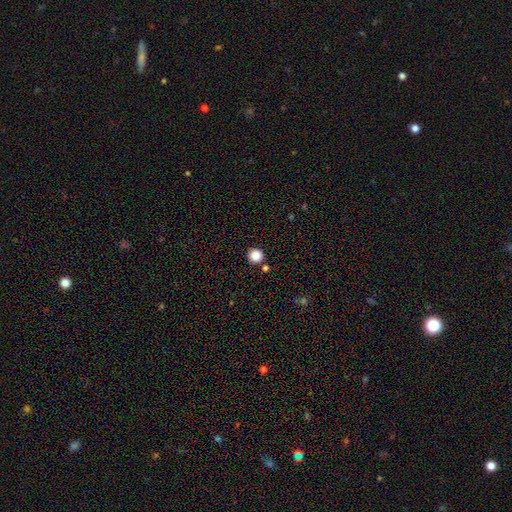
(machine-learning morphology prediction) type=smooth (86%); roundness=round (95%); merging=none (88%).